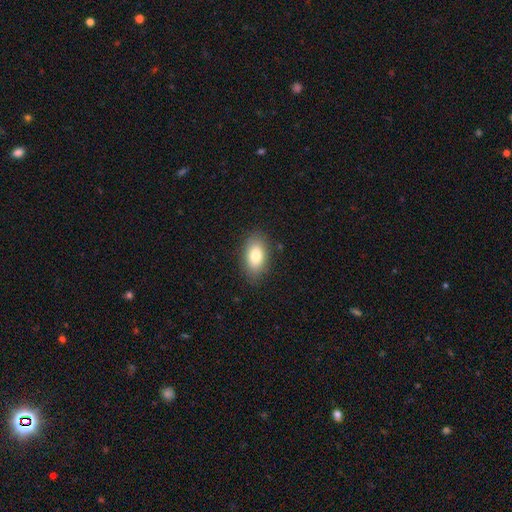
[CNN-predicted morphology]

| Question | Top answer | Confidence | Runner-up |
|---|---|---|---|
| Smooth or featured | smooth | 80% | featured or disk (12%) |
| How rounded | in between | 91% | round (7%) |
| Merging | none | 85% | minor disturbance (11%) |